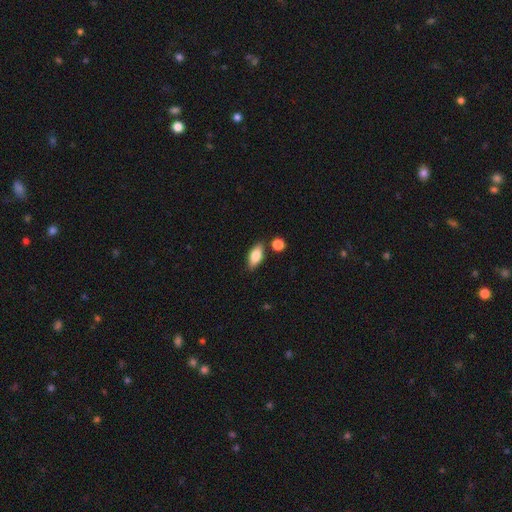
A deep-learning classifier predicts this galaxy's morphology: smooth 74%, featured or disk 19%, star or artifact 7%. Down the decision tree: how rounded — in between (81%); merging — none (79%).